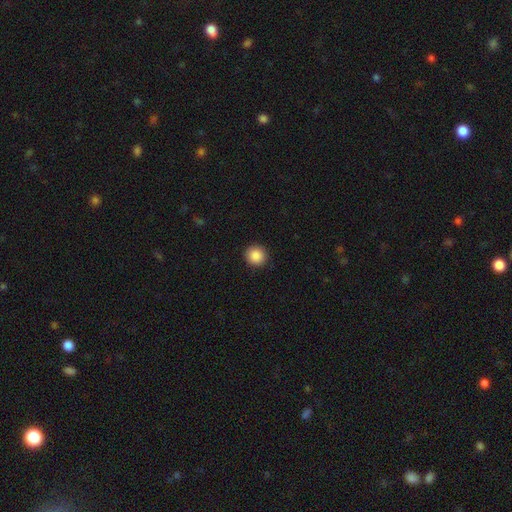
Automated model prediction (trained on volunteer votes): Morphology: type=smooth (89%); roundness=round (94%); merging=none (92%).